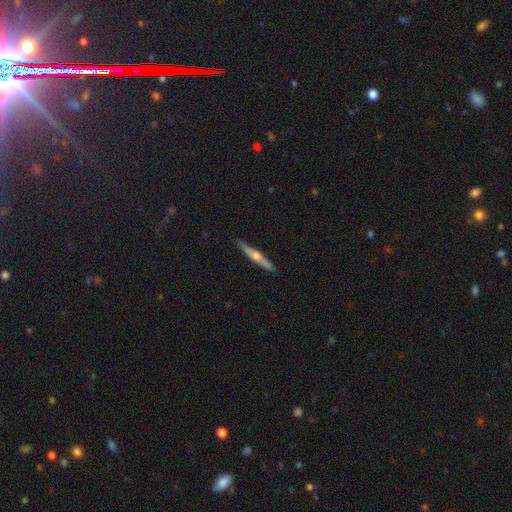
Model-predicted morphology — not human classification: featured or disk 65%, smooth 30%, star or artifact 6%. Down the decision tree: edge-on disk — yes (97%); edge-on bulge — rounded (88%); merging — none (90%).